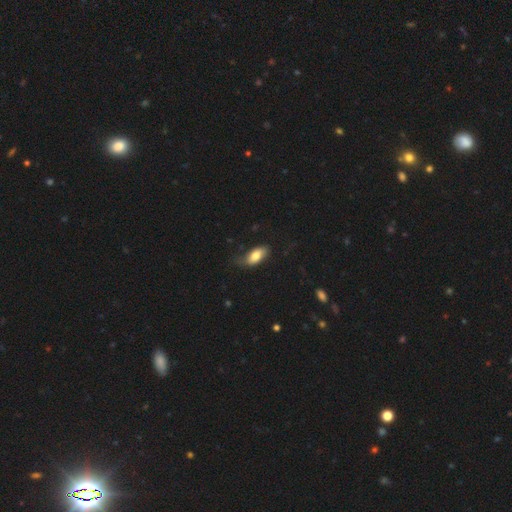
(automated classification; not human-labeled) The model was most divided on "merging": none: 58%, minor disturbance: 30%, major disturbance: 10%, merger: 2%. More confident: how rounded — in between (88%); smooth or featured — smooth (76%).